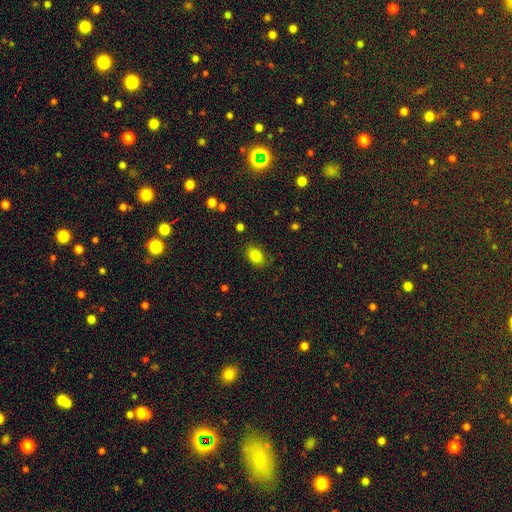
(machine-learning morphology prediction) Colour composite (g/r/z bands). It shows a smooth galaxy with no disk features (84%) that is in between round and cigar-shaped (70%). Merging: none (81%).